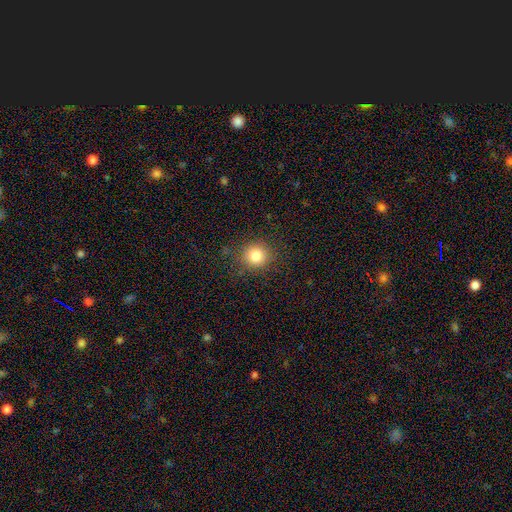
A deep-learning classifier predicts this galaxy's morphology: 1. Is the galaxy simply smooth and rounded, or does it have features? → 82% smooth, 12% star or artifact, 7% featured or disk.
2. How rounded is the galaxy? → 88% round, 11% in between, 1% cigar-shaped.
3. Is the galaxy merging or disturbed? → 86% none, 9% minor disturbance, 4% major disturbance, 1% merger.